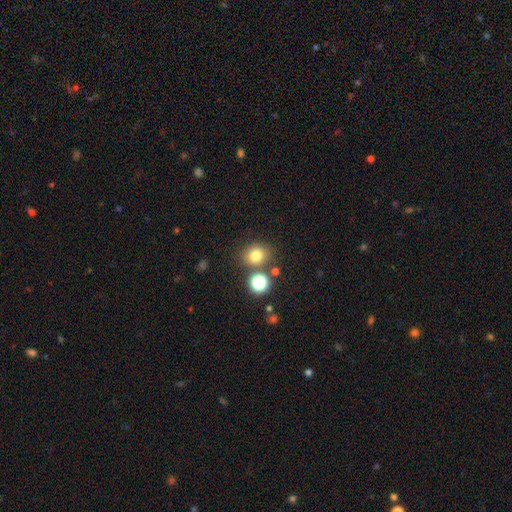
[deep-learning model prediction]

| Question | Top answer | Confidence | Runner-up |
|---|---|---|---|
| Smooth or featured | smooth | 76% | star or artifact (16%) |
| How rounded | round | 69% | in between (30%) |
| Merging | none | 76% | merger (11%) |